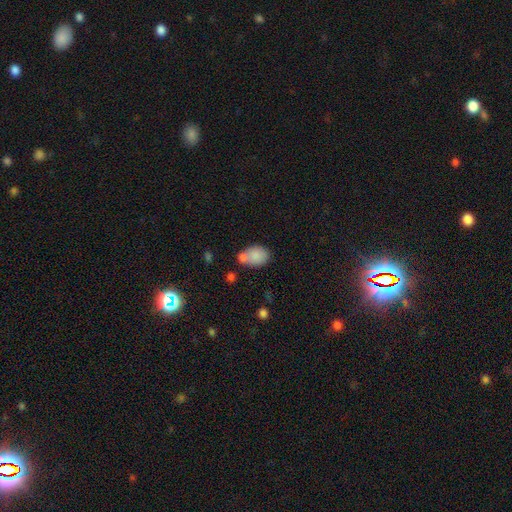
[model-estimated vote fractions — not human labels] Q: Smooth or featured?
A: smooth (81%); runner-up: featured or disk (10%)
Q: How rounded?
A: in between (75%); runner-up: round (24%)
Q: Merging?
A: none (48%); runner-up: merger (30%)